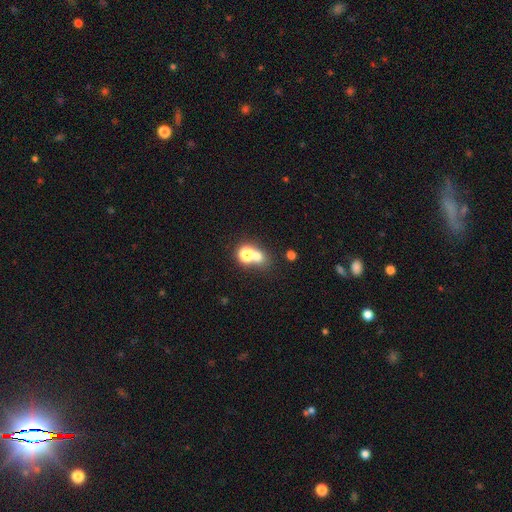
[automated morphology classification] The model was most divided on "merging": merger: 45%, none: 44%, minor disturbance: 7%, major disturbance: 4%. More confident: how rounded — round (70%); smooth or featured — smooth (64%).